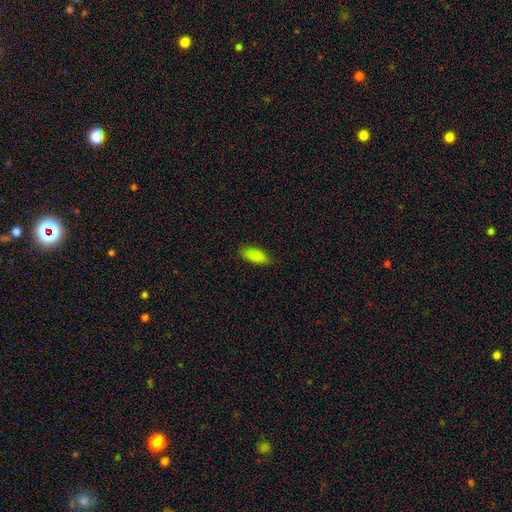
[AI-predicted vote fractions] Smooth or featured? smooth (87%)
How rounded? in between (77%)
Merging? none (82%)